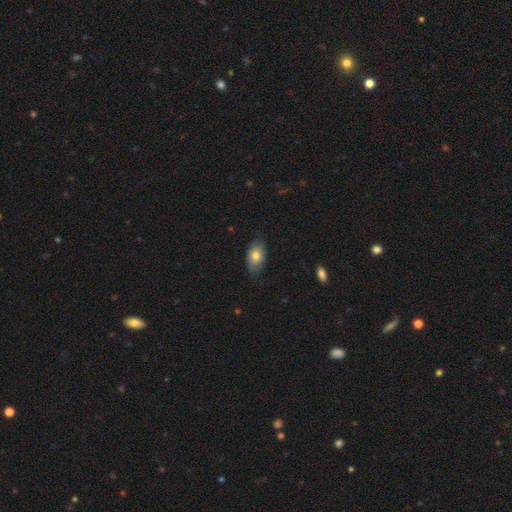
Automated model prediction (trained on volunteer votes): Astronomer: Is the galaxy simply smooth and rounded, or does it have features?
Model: smooth — 74%.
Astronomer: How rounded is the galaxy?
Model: in between — 91%.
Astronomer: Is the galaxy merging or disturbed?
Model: none — 73%.